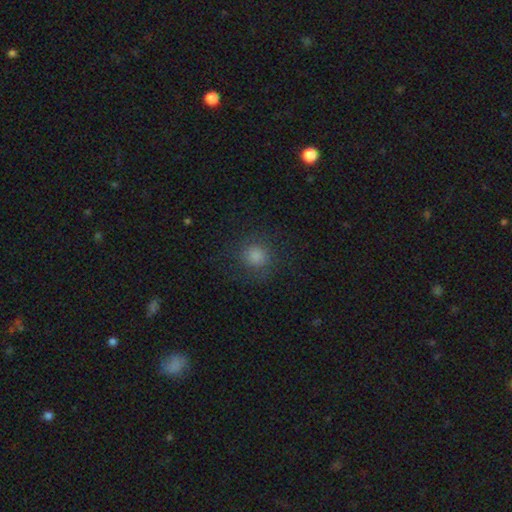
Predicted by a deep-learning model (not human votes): A smooth galaxy with no disk features (77%) that is round (90%). Merging: none (81%).